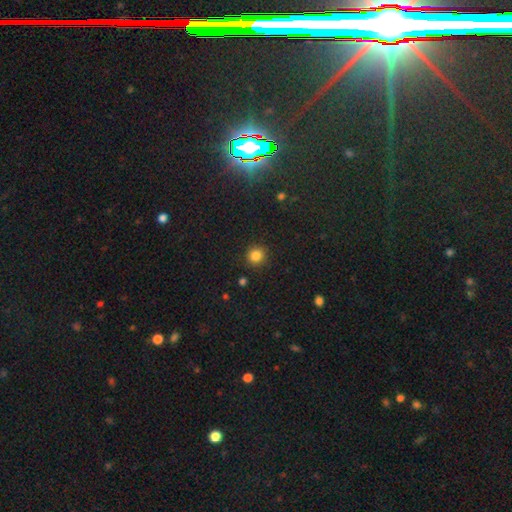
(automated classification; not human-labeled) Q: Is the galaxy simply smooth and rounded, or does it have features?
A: smooth — 84%.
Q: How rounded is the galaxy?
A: round — 91%.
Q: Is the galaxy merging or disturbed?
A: none — 90%.